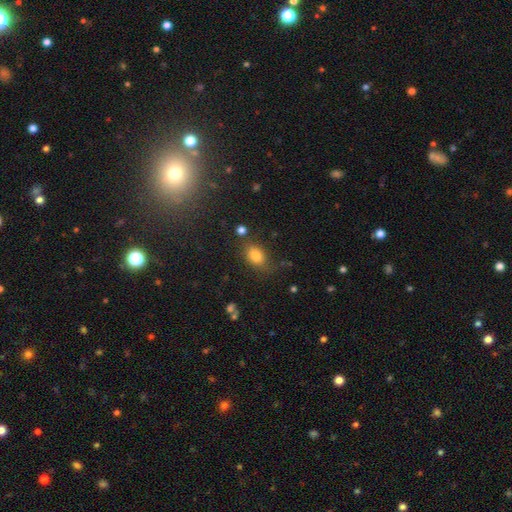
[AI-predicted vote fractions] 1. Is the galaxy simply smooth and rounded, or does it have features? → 80% smooth, 12% star or artifact, 8% featured or disk.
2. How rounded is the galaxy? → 77% in between, 21% round, 2% cigar-shaped.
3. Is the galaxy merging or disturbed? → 69% none, 19% minor disturbance, 7% major disturbance, 5% merger.